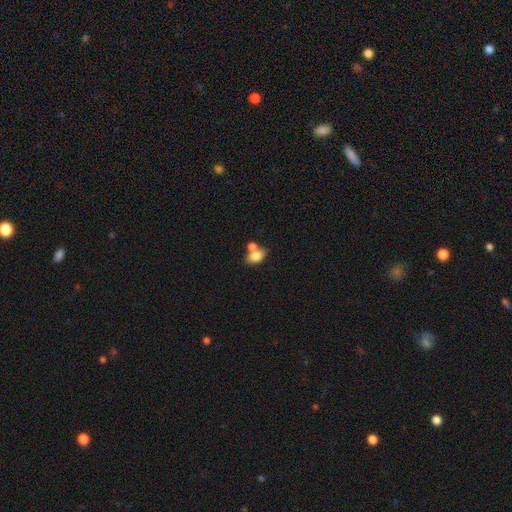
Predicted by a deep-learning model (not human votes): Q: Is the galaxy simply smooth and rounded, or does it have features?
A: smooth — 79%.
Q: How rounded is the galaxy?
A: in between — 84%.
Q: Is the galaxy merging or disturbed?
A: none — 43%.